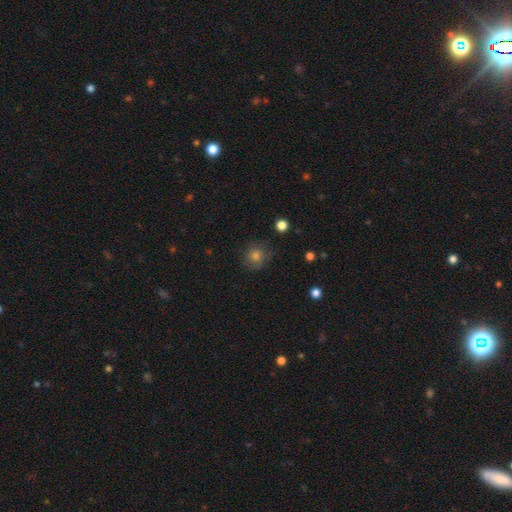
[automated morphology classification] The model was most divided on "smooth or featured": smooth: 73%, star or artifact: 14%, featured or disk: 13%. More confident: how rounded — round (87%); merging — none (76%).